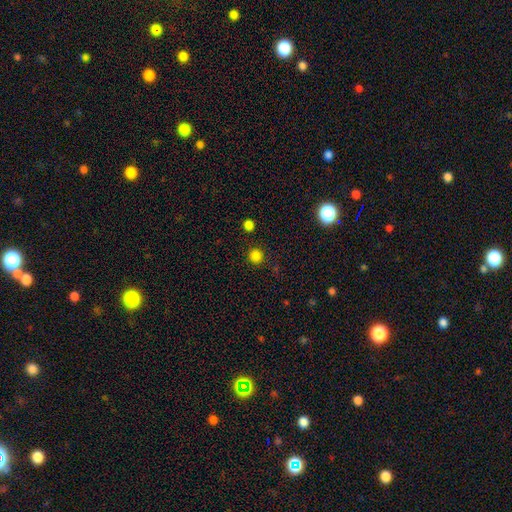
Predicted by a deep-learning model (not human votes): This is clearly a smooth galaxy (82%). How rounded: clearly round (95%). Merging: clearly none (89%).